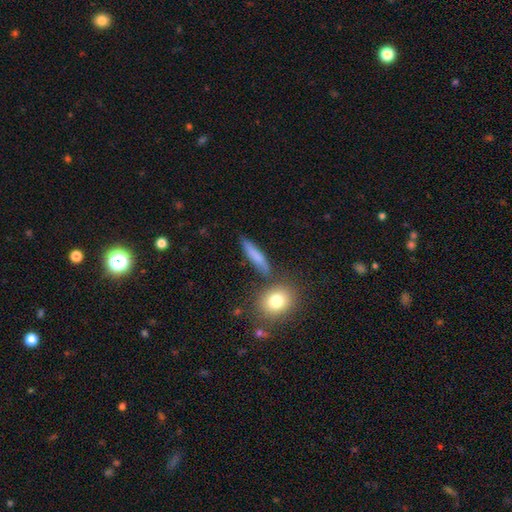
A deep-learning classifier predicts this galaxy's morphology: A smooth galaxy with no disk features (73%) that is cigar-shaped (79%).

Vote fractions:
- Smooth or featured? smooth: 73% / featured or disk: 19% / star or artifact: 9%
- How rounded? cigar-shaped: 79% / in between: 14% / round: 7%
- Merging? none: 77% / minor disturbance: 12% / merger: 6% / major disturbance: 4%